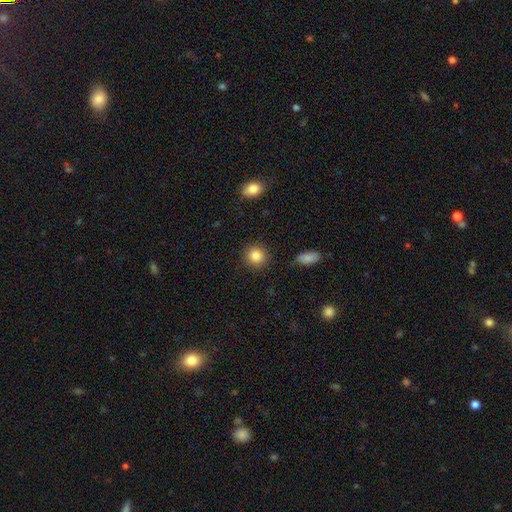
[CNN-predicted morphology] Smooth or featured? Predicted: smooth (p=0.86). How rounded? Predicted: round (p=0.90). Merging? Predicted: none (p=0.90).